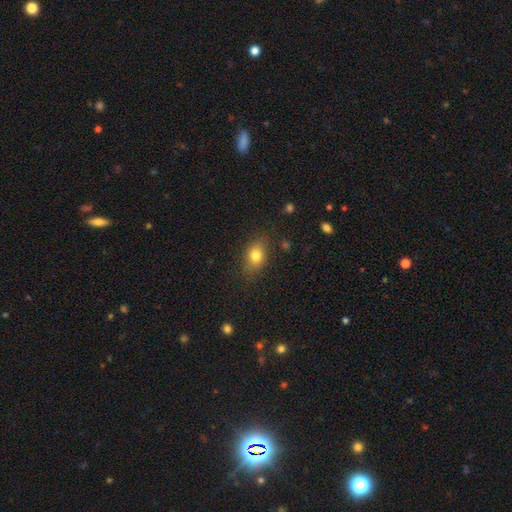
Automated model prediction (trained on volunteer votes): A smooth galaxy with no disk features (79%) that is in between round and cigar-shaped (68%). Merging: none (79%).